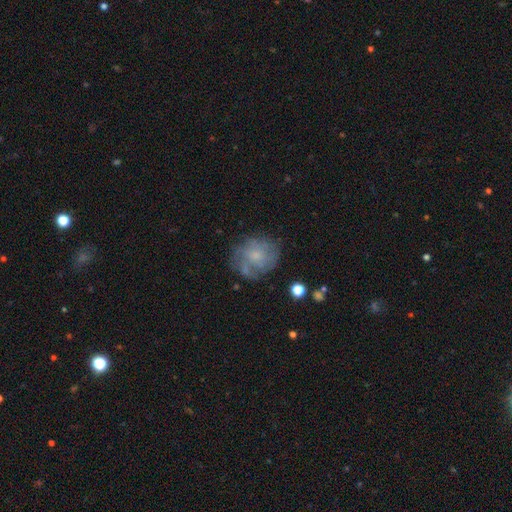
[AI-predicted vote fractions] The model was most divided on "smooth or featured": featured or disk: 47%, smooth: 42%, star or artifact: 11%. More confident: merging — none (62%).